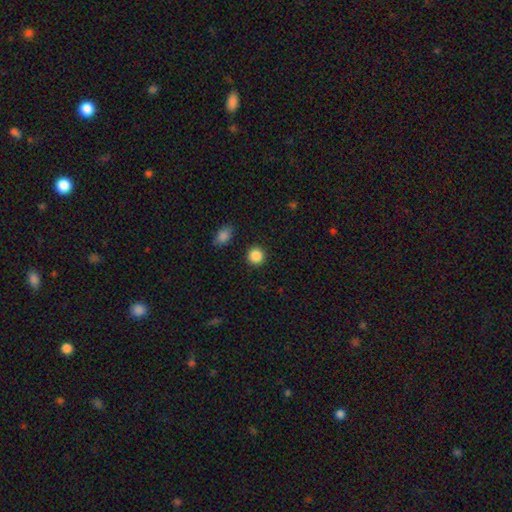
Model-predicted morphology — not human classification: This appears to be a smooth galaxy with no disk features (88%) that is round (92%). Merging: none (91%).